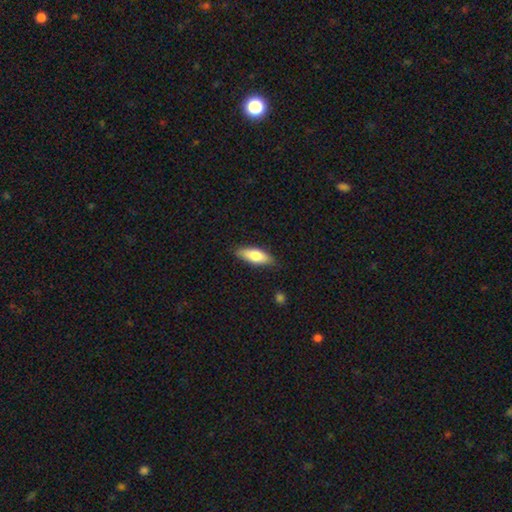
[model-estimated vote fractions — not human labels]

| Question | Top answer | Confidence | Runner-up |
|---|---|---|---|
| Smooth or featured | smooth | 75% | featured or disk (20%) |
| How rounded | in between | 69% | cigar-shaped (29%) |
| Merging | none | 82% | minor disturbance (14%) |